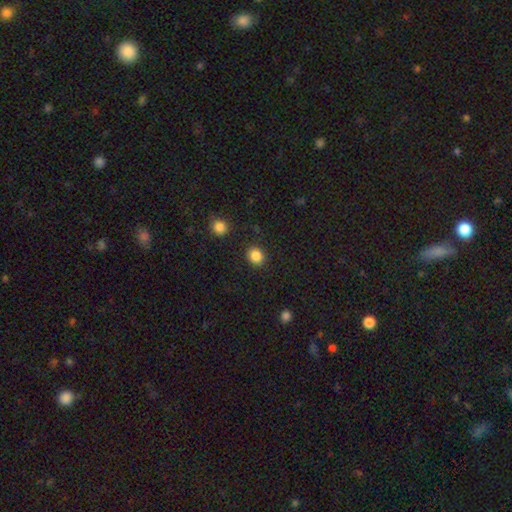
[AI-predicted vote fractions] A smooth galaxy with no disk features (86%) that is round (66%). Merging: none (88%).